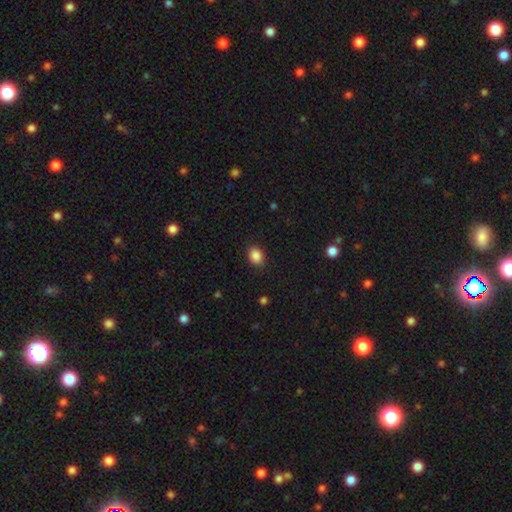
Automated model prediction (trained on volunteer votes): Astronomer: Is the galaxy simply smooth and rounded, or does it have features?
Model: smooth — 88%.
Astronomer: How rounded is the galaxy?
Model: in between — 55% (runner-up: round, 44%).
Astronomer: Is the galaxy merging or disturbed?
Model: none — 89%.